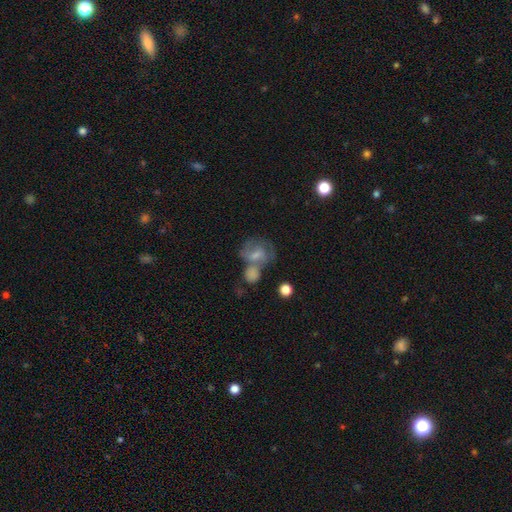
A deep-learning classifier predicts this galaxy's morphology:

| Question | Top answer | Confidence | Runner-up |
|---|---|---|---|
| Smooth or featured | featured or disk | 51% | smooth (33%) |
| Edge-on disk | no | 96% | yes (4%) |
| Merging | none | 42% | merger (36%) |